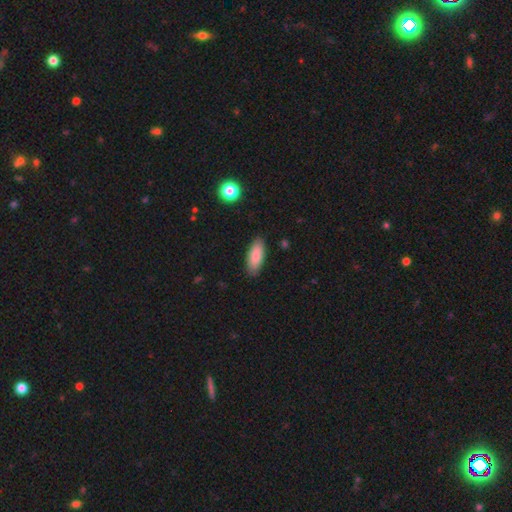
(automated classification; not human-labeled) Smooth or featured?
  - smooth: 87% *
  - featured or disk: 7%
  - star or artifact: 6%
How rounded?
  - in between: 77% *
  - cigar-shaped: 21%
  - round: 2%
Merging?
  - none: 87% *
  - minor disturbance: 10%
  - major disturbance: 2%
  - merger: 1%